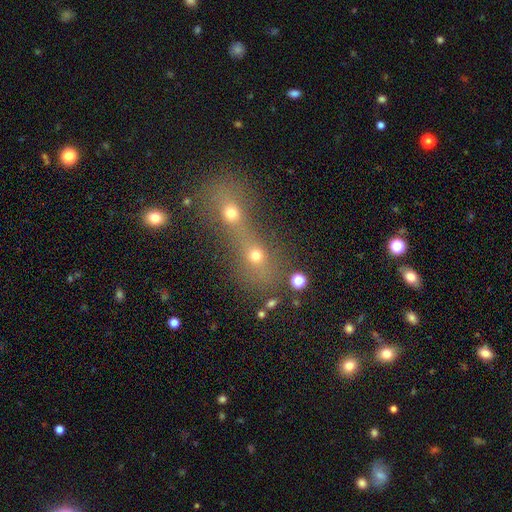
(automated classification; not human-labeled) The model was most divided on "merging": merger: 62%, none: 27%, minor disturbance: 5%, major disturbance: 5%. More confident: how rounded — round (69%); smooth or featured — smooth (65%).